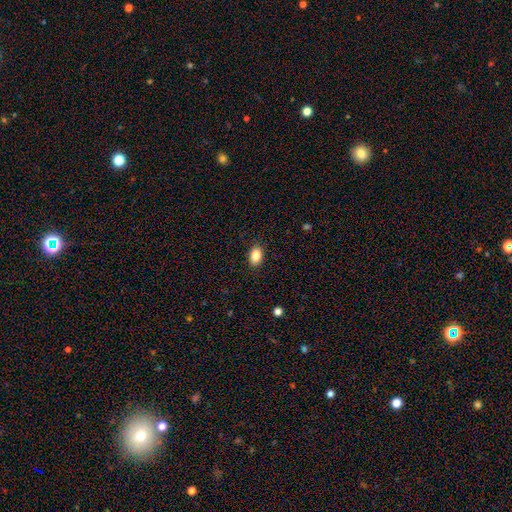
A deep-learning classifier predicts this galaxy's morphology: smooth_or_featured: smooth (p=0.87) [alt: star or artifact p=0.08]
how_rounded: in between (p=0.87) [alt: round p=0.11]
merging: none (p=0.88) [alt: minor disturbance p=0.08]